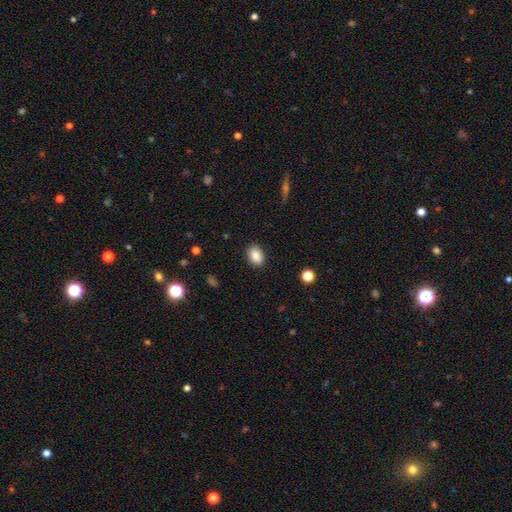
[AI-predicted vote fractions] Smooth or featured: smooth — 88% (star or artifact — 8%)
How rounded: in between — 79% (round — 20%)
Merging: none — 88% (minor disturbance — 8%)